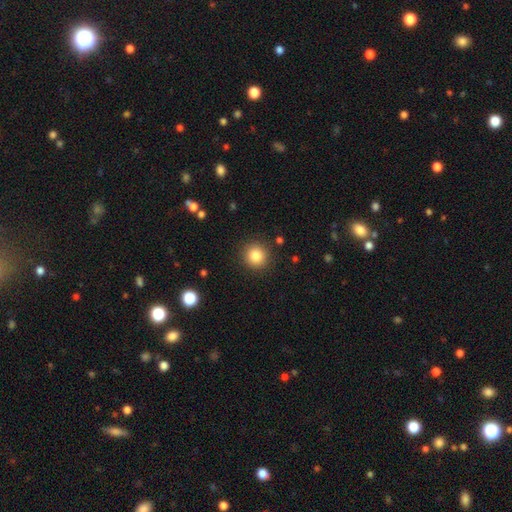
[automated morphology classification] Smooth or featured?
  - smooth: 83% *
  - star or artifact: 11%
  - featured or disk: 6%
How rounded?
  - round: 93% *
  - in between: 6%
  - cigar-shaped: 1%
Merging?
  - none: 90% *
  - minor disturbance: 6%
  - major disturbance: 2%
  - merger: 1%